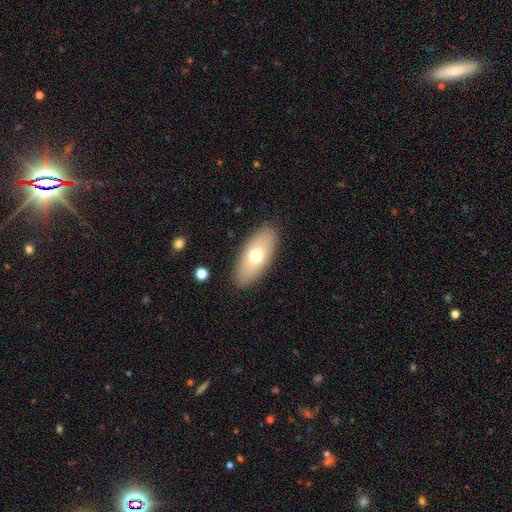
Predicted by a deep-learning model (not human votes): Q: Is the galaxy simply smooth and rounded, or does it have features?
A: smooth — 67%.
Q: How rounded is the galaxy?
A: in between — 86%.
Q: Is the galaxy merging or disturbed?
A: none — 88%.